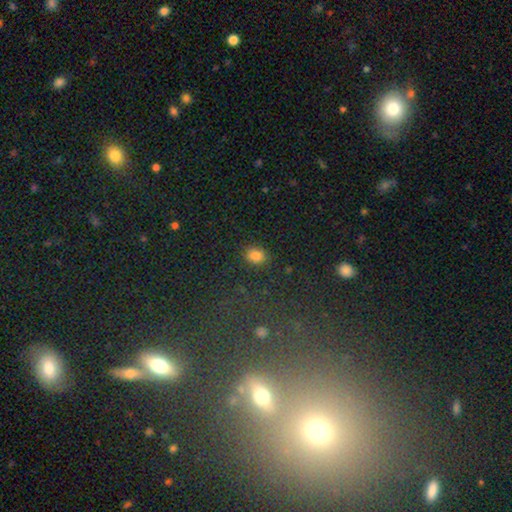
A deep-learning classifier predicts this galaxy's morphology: Overall: smooth (80%). How rounded: in between (56%; round 42%). Merging: none (82%).